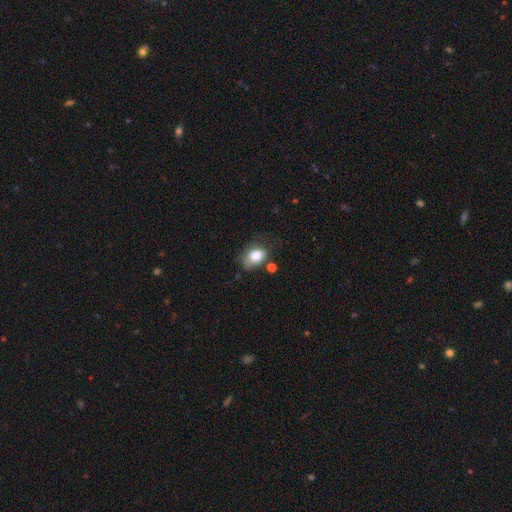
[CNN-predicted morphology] This appears to be a smooth galaxy with no disk features (80%) that is in between round and cigar-shaped (72%). Merging: none (50%).